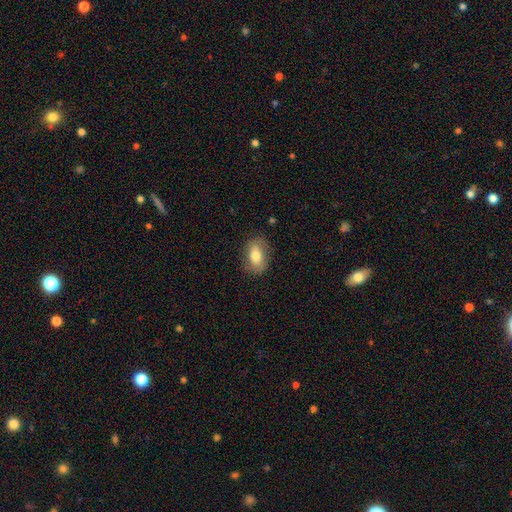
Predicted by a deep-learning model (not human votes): Q: Smooth or featured?
A: smooth (73%); runner-up: featured or disk (20%)
Q: How rounded?
A: in between (85%); runner-up: round (13%)
Q: Merging?
A: none (79%); runner-up: minor disturbance (15%)